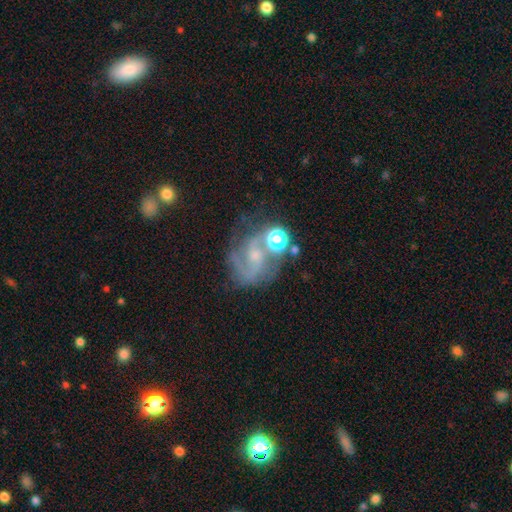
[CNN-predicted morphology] Smooth or featured? featured or disk (77%)
Edge-on disk? no (98%)
Bar? no (47%)
Spiral arms? yes (93%)
Spiral winding? medium (54%)
Spiral arm count? 2 (71%)
Bulge size? small (53%)
Merging? none (52%)